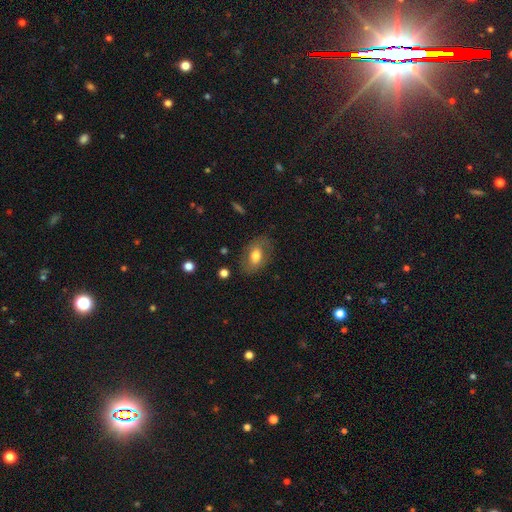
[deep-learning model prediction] This appears to be a smooth galaxy with no disk features (62%) that is in between round and cigar-shaped (83%). Merging: none (76%).